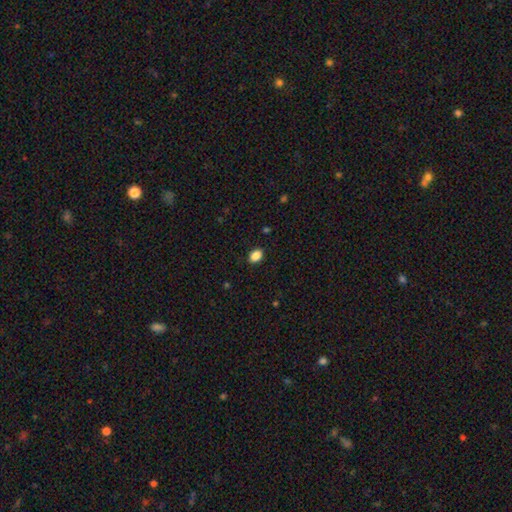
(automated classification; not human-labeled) The model was most divided on "how rounded": in between: 79%, round: 20%, cigar-shaped: 1%. More confident: merging — none (88%); smooth or featured — smooth (88%).